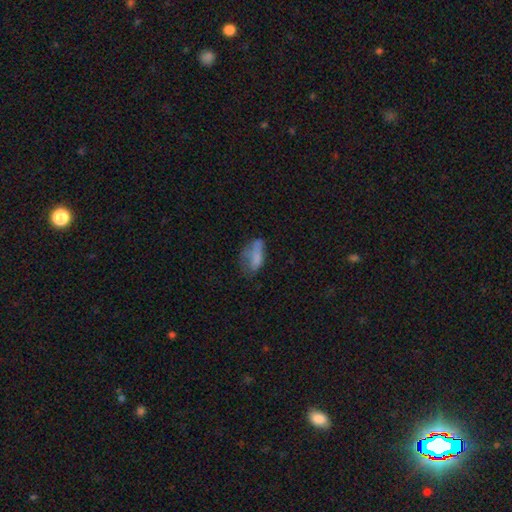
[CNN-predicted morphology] Overall: smooth (68%). How rounded: in between (83%). Merging: none (33%; minor disturbance 30%).